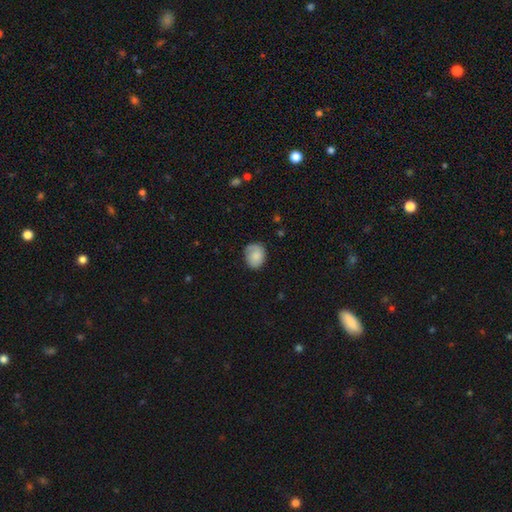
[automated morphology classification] smooth-or-featured: smooth: 76% | featured or disk: 16% | star or artifact: 7%
  how-rounded: round: 52% | in between: 47% | cigar-shaped: 1%
  merging: none: 71% | minor disturbance: 22% | major disturbance: 6% | merger: 1%